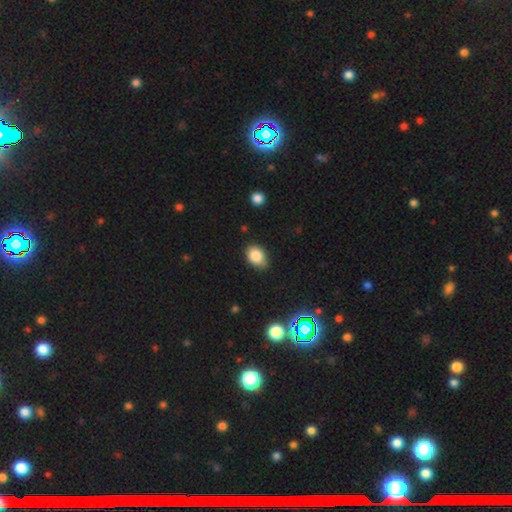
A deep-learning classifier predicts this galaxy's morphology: Overall: smooth (85%). How rounded: in between (75%). Merging: none (76%).